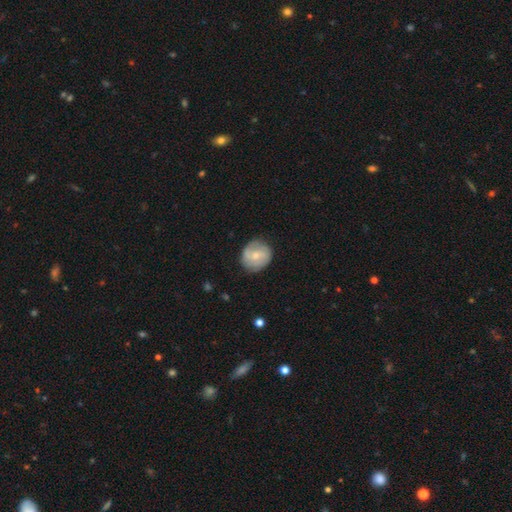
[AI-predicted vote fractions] The model was most divided on "smooth or featured": featured or disk: 48%, smooth: 46%, star or artifact: 6%. More confident: merging — none (79%).